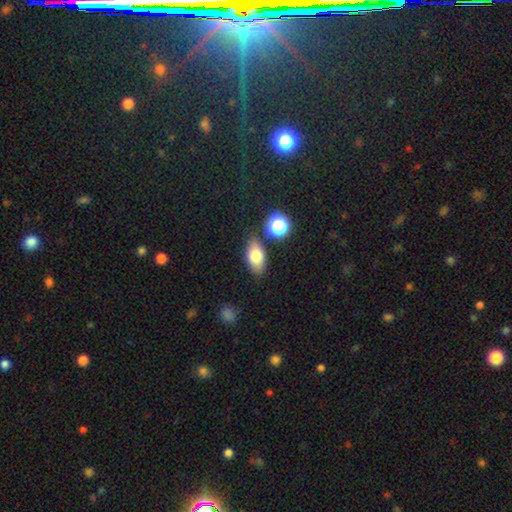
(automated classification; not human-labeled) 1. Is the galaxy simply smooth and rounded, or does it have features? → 76% smooth, 14% featured or disk, 10% star or artifact.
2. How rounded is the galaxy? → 87% in between, 9% round, 4% cigar-shaped.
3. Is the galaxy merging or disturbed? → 80% none, 12% minor disturbance, 6% merger, 3% major disturbance.